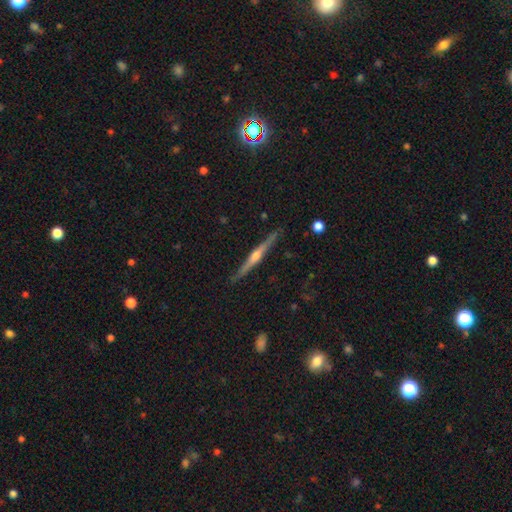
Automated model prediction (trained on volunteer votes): featured or disk 81%, smooth 14%, star or artifact 5%. Down the decision tree: edge-on disk — yes (98%); edge-on bulge — rounded (89%); merging — none (89%).